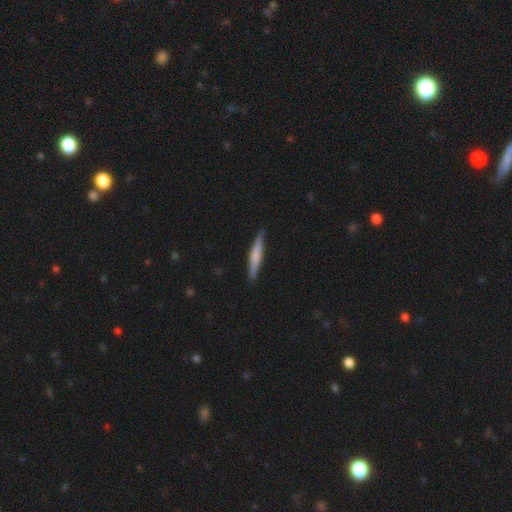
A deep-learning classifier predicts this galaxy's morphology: Q: Smooth or featured?
A: smooth (55%); runner-up: featured or disk (40%)
Q: How rounded?
A: cigar-shaped (94%); runner-up: in between (5%)
Q: Merging?
A: none (88%); runner-up: minor disturbance (9%)